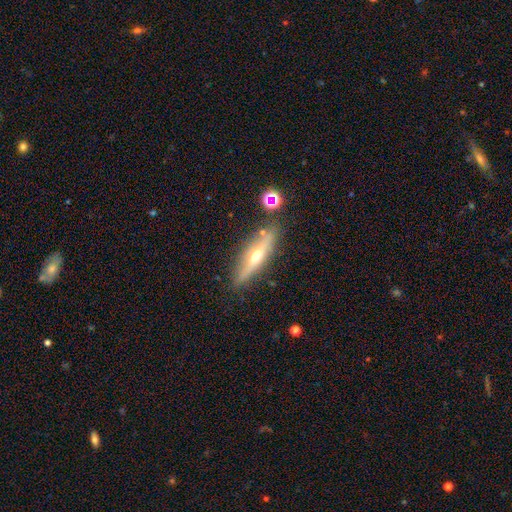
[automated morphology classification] Smooth or featured: featured or disk — 63% (smooth — 29%)
Edge-on disk: yes — 89% (no — 11%)
Edge-on bulge: rounded — 92% (none — 6%)
Merging: none — 82% (minor disturbance — 11%)